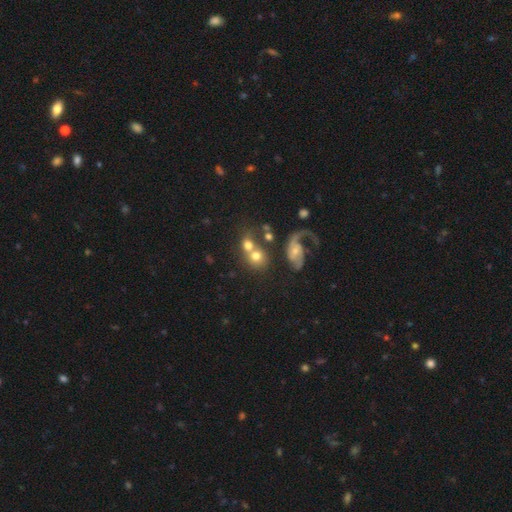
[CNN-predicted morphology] smooth 60%, featured or disk 29%, star or artifact 11%. Down the decision tree: how rounded — round (72%); merging — merger (51%).